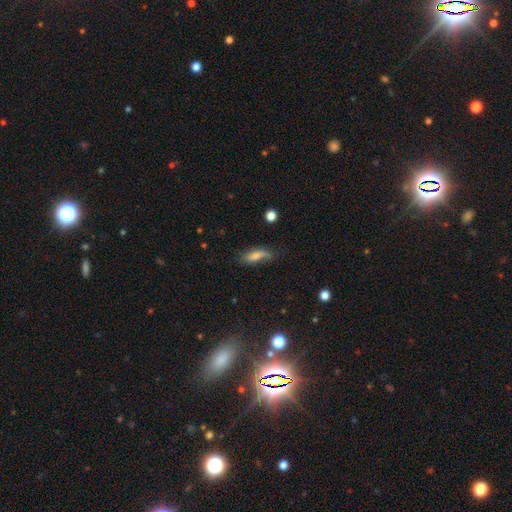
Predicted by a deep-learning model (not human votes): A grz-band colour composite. It shows a smooth galaxy with no disk features (64%) that is in between round and cigar-shaped (57%). Merging: none (53%).